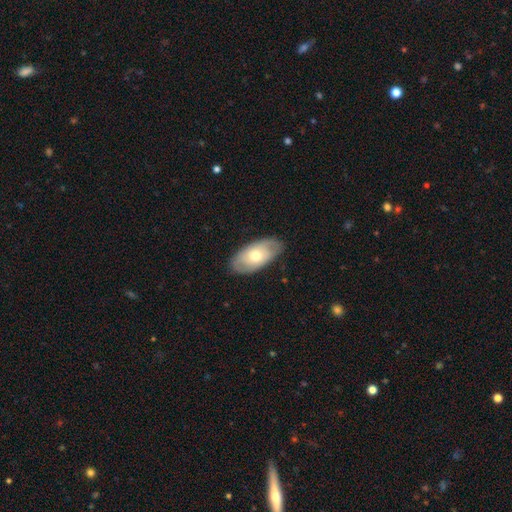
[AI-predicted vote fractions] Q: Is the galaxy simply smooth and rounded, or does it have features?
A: smooth — 54%.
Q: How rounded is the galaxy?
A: in between — 93%.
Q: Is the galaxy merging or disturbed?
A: none — 79%.